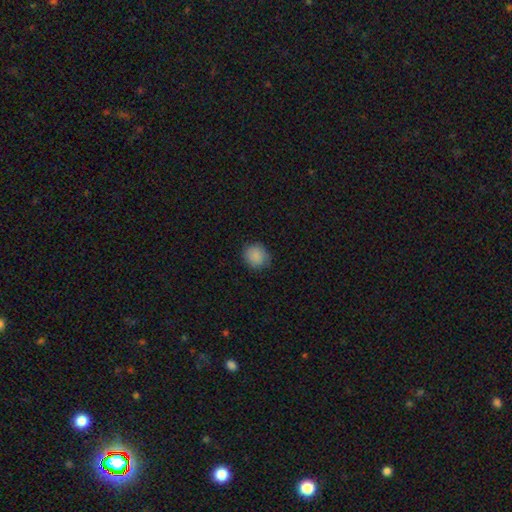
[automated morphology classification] This appears to be a smooth galaxy with no disk features (87%) that is round (83%). Merging: none (83%).